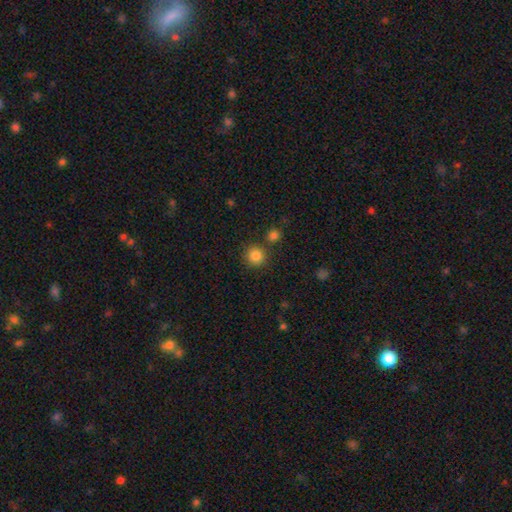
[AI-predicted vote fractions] This is clearly a smooth galaxy (85%). How rounded: clearly round (93%). Merging: clearly none (81%).